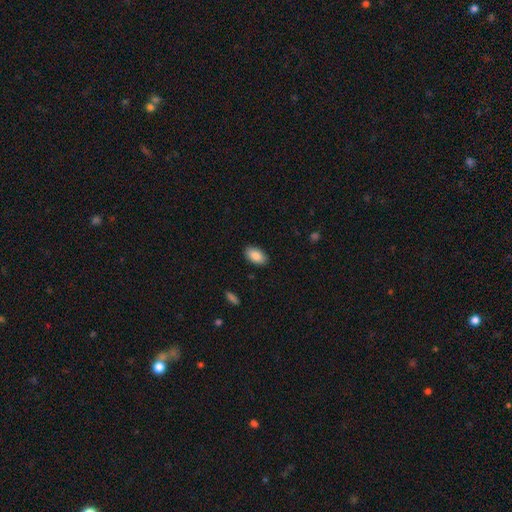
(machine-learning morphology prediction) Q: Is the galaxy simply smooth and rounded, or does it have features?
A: smooth — 88%.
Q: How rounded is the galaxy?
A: in between — 94%.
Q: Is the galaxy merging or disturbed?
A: none — 89%.